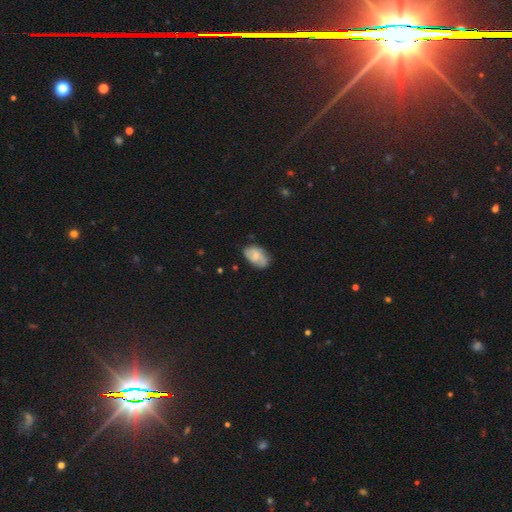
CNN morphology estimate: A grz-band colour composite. It shows a smooth galaxy with no disk features (62%) that is in between round and cigar-shaped (91%). Merging: none (67%).